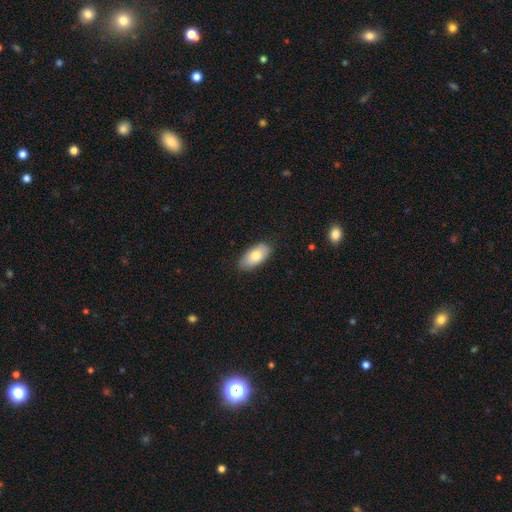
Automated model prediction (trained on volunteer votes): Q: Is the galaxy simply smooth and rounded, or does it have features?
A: smooth — 76%.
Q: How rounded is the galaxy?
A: in between — 92%.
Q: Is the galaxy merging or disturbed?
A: none — 85%.